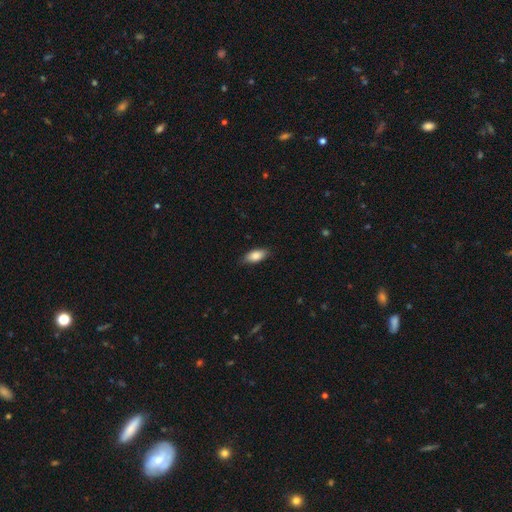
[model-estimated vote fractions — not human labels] This appears to be a smooth galaxy with no disk features (85%) that is in between round and cigar-shaped (88%). Merging: none (82%).